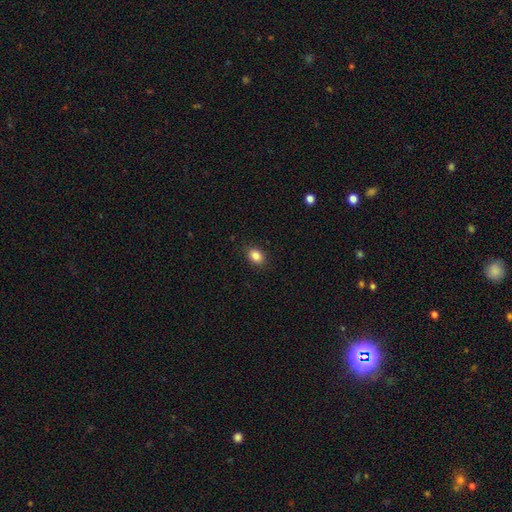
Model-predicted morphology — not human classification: Q: Smooth or featured?
A: smooth (86%); runner-up: star or artifact (9%)
Q: How rounded?
A: in between (77%); runner-up: round (22%)
Q: Merging?
A: none (88%); runner-up: minor disturbance (9%)